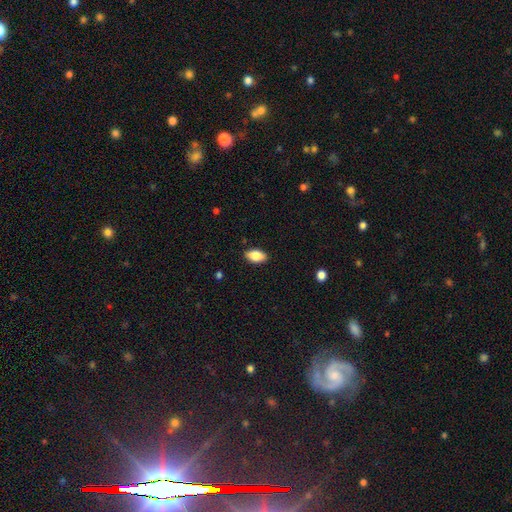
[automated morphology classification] This appears to be a smooth galaxy with no disk features (84%) that is in between round and cigar-shaped (92%). Merging: none (88%).